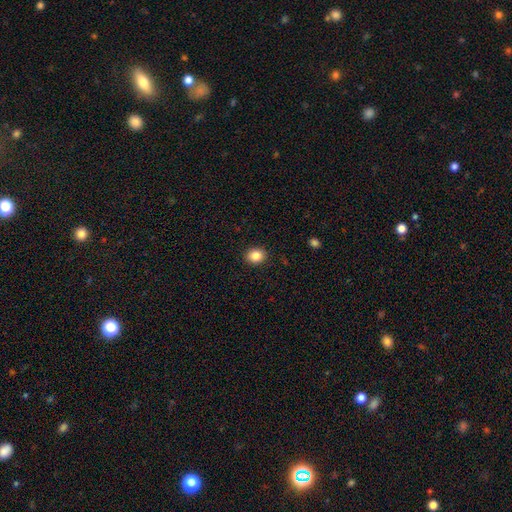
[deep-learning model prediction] Smooth or featured? Predicted: smooth (p=0.86). How rounded? Predicted: round (p=0.59). Merging? Predicted: none (p=0.91).